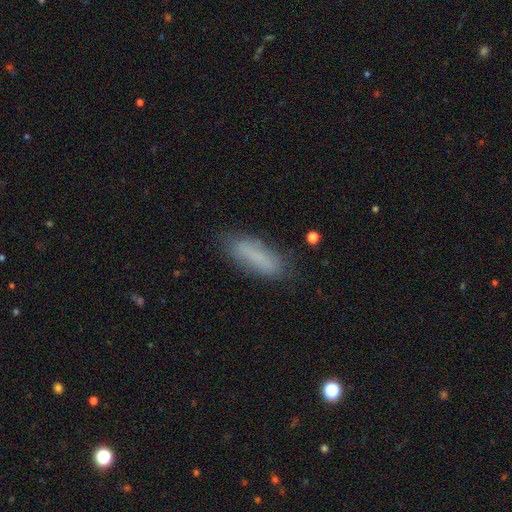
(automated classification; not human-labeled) A smooth galaxy with no disk features (76%) that is cigar-shaped (52%). Merging: none (77%).